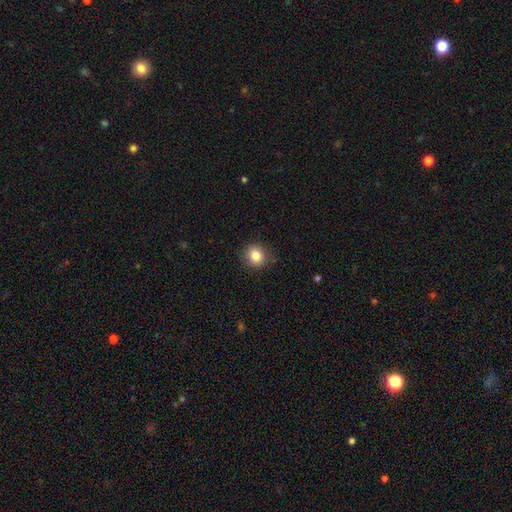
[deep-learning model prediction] This appears to be a smooth galaxy with no disk features (83%) that is round (80%). Merging: none (86%).